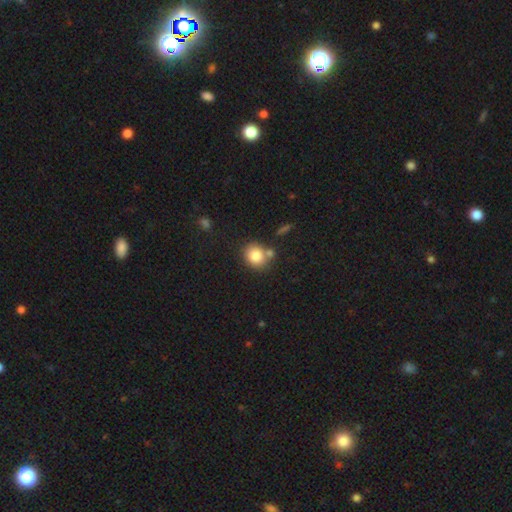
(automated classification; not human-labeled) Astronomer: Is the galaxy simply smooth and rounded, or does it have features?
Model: smooth — 81%.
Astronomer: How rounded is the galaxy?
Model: round — 73%.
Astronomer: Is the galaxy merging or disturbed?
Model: none — 66%.